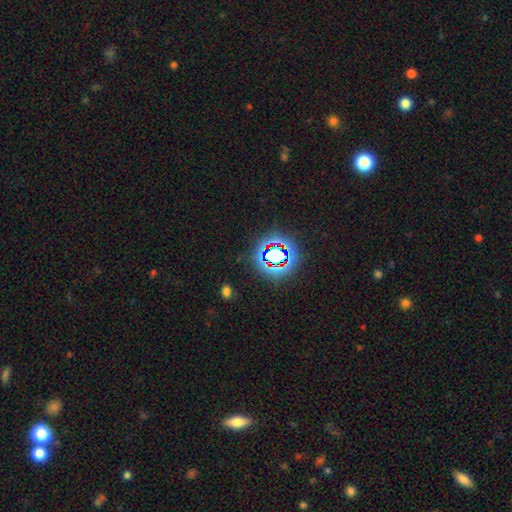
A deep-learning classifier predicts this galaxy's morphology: This appears to be a star or artifact, not a galaxy (77%).